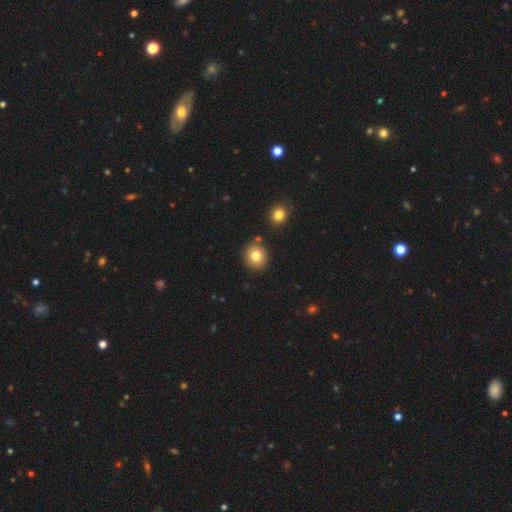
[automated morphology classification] smooth-or-featured: smooth: 80% | star or artifact: 11% | featured or disk: 9%
  how-rounded: round: 84% | in between: 15% | cigar-shaped: 1%
  merging: none: 84% | minor disturbance: 7% | merger: 6% | major disturbance: 2%